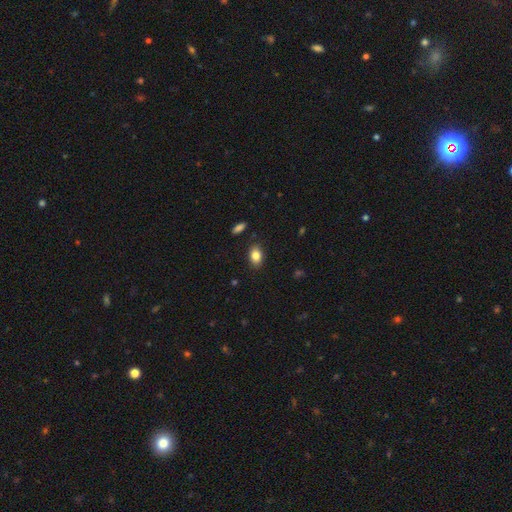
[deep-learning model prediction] Q: Smooth or featured?
A: smooth (84%); runner-up: star or artifact (9%)
Q: How rounded?
A: in between (83%); runner-up: round (15%)
Q: Merging?
A: none (87%); runner-up: minor disturbance (9%)